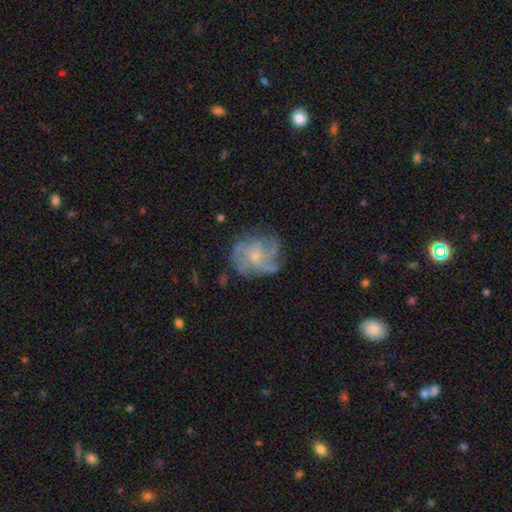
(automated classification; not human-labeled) Smooth or featured? Predicted: featured or disk (p=0.72). Edge-on disk? Predicted: no (p=0.98). Bar? Predicted: no (p=0.77). Spiral arms? Predicted: yes (p=0.83). Spiral winding? Predicted: medium (p=0.41). Spiral arm count? Predicted: can't tell (p=0.32). Bulge size? Predicted: small (p=0.66). Merging? Predicted: none (p=0.66).